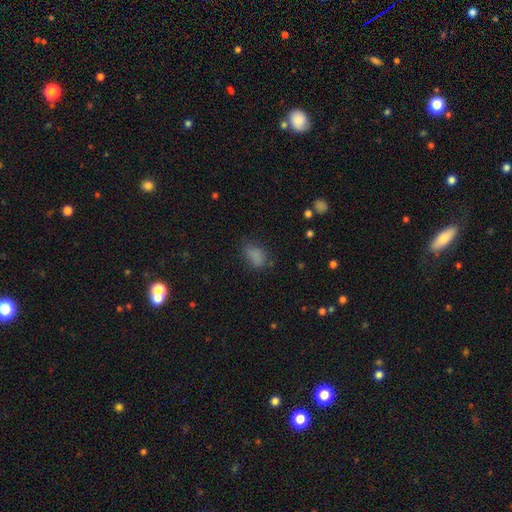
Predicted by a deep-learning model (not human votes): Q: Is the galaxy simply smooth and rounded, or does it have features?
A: smooth — 82%.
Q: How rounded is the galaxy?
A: in between — 86%.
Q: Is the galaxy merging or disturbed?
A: none — 67%.